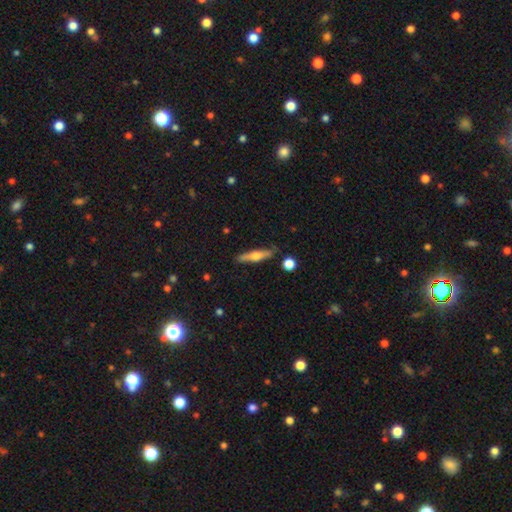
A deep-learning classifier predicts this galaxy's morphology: Smooth or featured? featured or disk (50%)
Merging? none (84%)